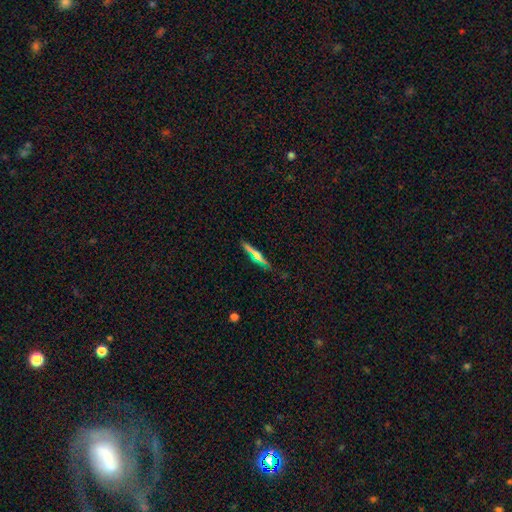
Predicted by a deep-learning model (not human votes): A featured or disk galaxy (59%) viewed edge-on (96%) with a rounded central bulge (79%).

Vote fractions:
- Smooth or featured? featured or disk: 59% / smooth: 33% / star or artifact: 8%
- Edge-on disk? yes: 96% / no: 4%
- Edge-on bulge? rounded: 79% / none: 12% / boxy: 9%
- Merging? none: 84% / minor disturbance: 11% / major disturbance: 3% / merger: 2%